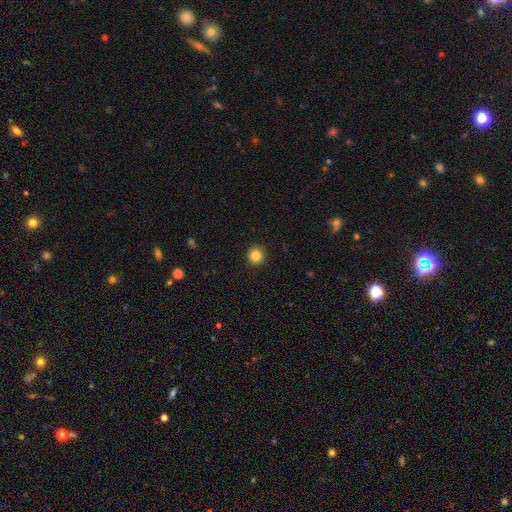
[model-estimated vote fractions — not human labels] Q: Smooth or featured?
A: smooth (85%); runner-up: star or artifact (11%)
Q: How rounded?
A: round (92%); runner-up: in between (7%)
Q: Merging?
A: none (92%); runner-up: minor disturbance (5%)